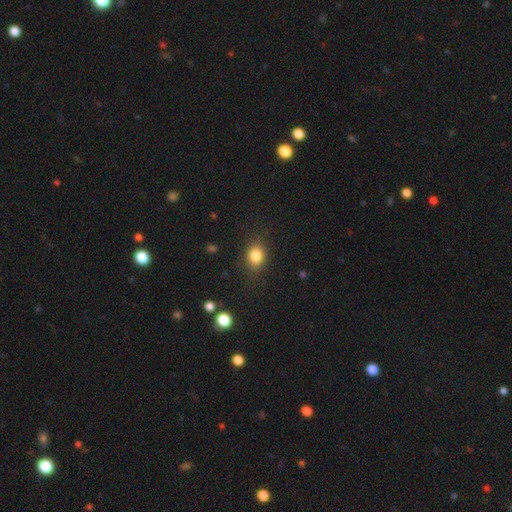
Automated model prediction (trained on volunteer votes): Smooth or featured?
  - smooth: 83% *
  - star or artifact: 10%
  - featured or disk: 7%
How rounded?
  - in between: 55% *
  - round: 44%
  - cigar-shaped: 1%
Merging?
  - none: 82% *
  - minor disturbance: 13%
  - major disturbance: 4%
  - merger: 1%